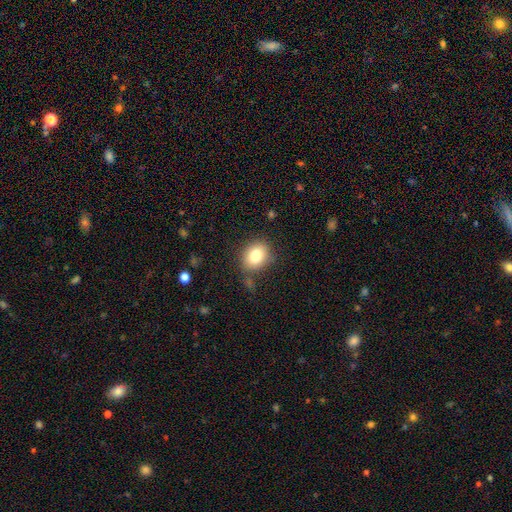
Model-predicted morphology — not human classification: A smooth galaxy with no disk features (81%) that is round (50%).

Vote fractions:
- Smooth or featured? smooth: 81% / star or artifact: 10% / featured or disk: 9%
- How rounded? round: 50% / in between: 49% / cigar-shaped: 1%
- Merging? none: 76% / minor disturbance: 15% / major disturbance: 5% / merger: 4%